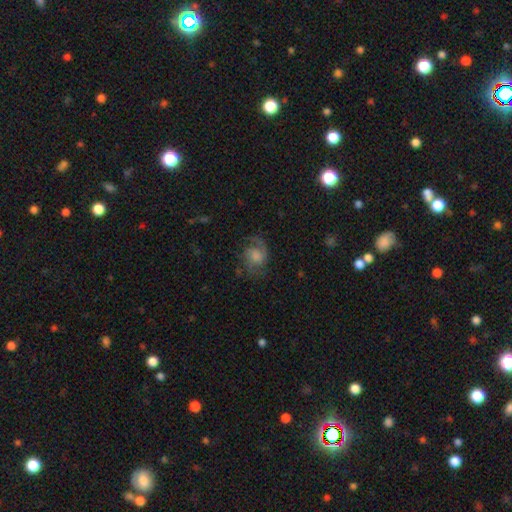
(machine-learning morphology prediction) This appears to be a featured or disk galaxy (62%) with no bar (65%), 2 (69%) medium (49%) spiral arms (91%) and a moderate central bulge (36%). Merging: none (68%).